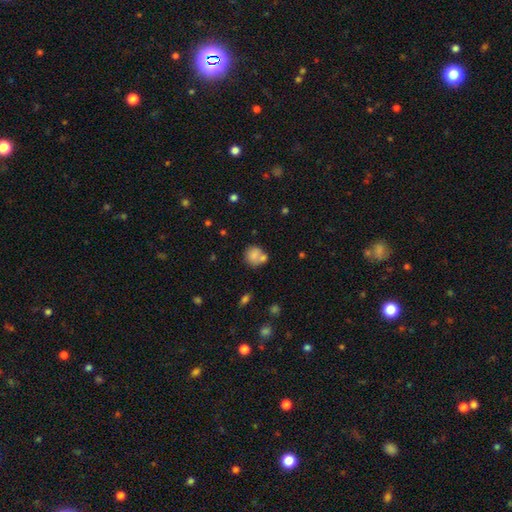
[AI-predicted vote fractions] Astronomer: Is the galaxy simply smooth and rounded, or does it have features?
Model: smooth — 75%.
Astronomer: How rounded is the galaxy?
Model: round — 75%.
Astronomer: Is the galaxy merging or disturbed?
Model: none — 45% (runner-up: merger, 33%).